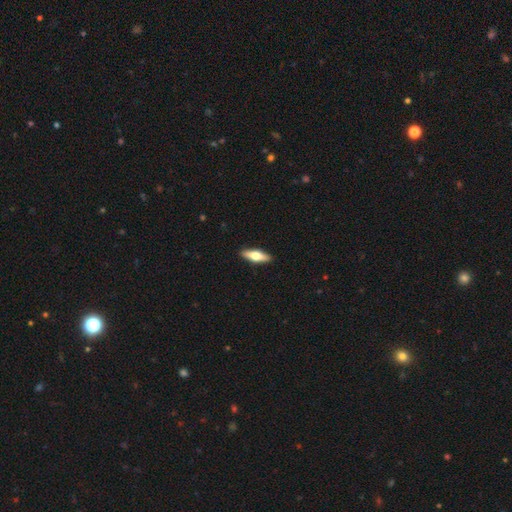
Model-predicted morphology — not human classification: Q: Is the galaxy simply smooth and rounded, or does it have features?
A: smooth — 52%.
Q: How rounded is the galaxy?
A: in between — 49%.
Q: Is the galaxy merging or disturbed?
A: none — 91%.